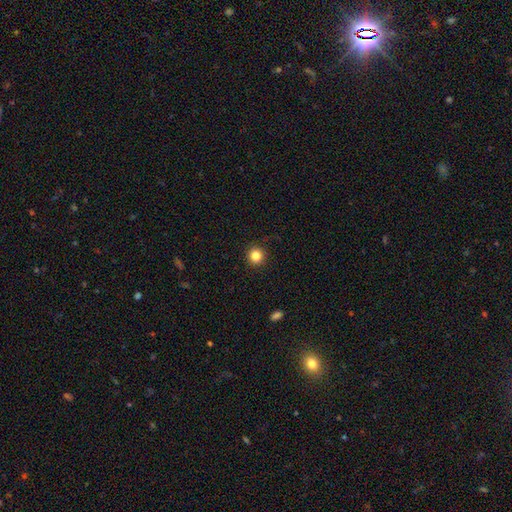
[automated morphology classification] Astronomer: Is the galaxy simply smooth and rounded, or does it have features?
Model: smooth — 84%.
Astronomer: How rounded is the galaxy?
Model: round — 94%.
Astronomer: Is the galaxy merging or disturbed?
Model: none — 91%.